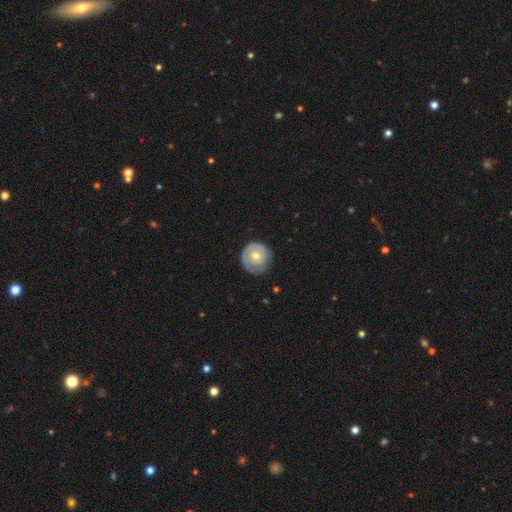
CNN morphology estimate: Q: Smooth or featured?
A: featured or disk (50%); runner-up: smooth (44%)
Q: Merging?
A: none (73%); runner-up: minor disturbance (20%)